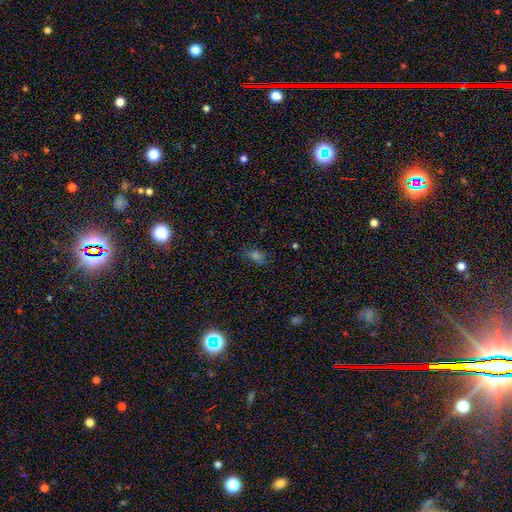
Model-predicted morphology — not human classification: This is possibly a smooth galaxy (59%). How rounded: likely in between (74%). Merging: likely none (76%).